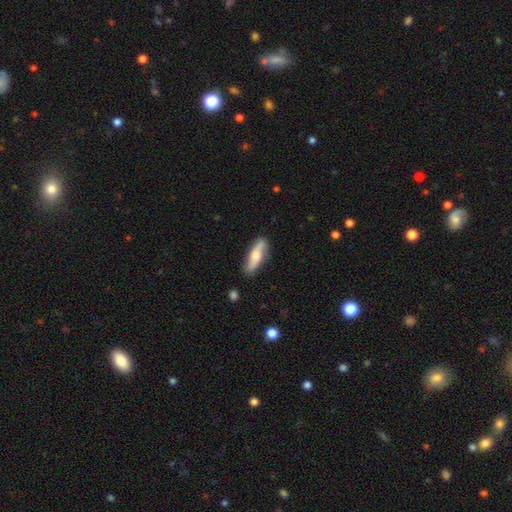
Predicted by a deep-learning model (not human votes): Overall: smooth (48%; featured or disk 46%). Merging: none (81%).